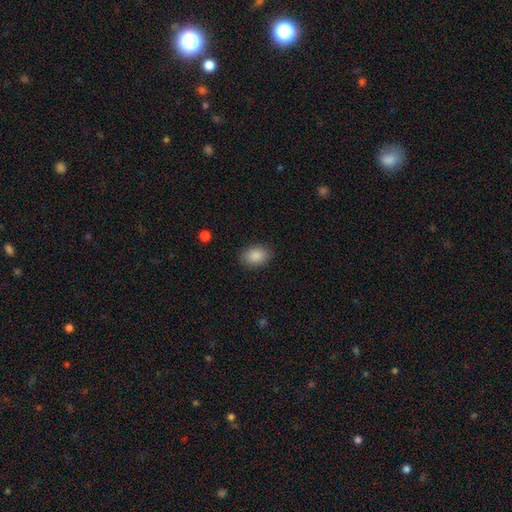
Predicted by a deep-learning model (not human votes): A smooth galaxy with no disk features (88%) that is in between round and cigar-shaped (79%). Merging: none (87%).